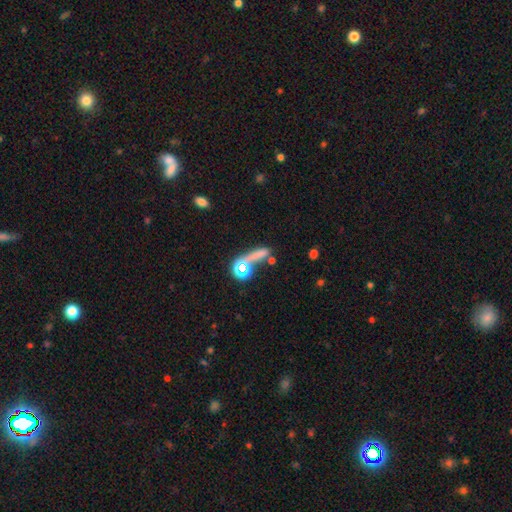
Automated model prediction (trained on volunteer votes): smooth 57%, star or artifact 23%, featured or disk 21%. Down the decision tree: how rounded — cigar-shaped (55%); merging — none (40%).